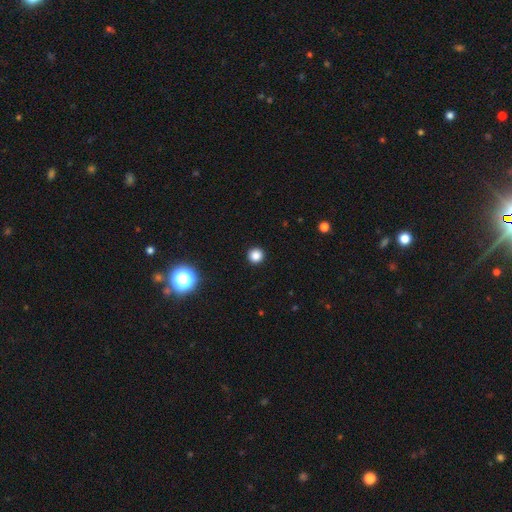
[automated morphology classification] A smooth galaxy with no disk features (84%) that is round (95%).

Vote fractions:
- Smooth or featured? smooth: 84% / star or artifact: 13% / featured or disk: 3%
- How rounded? round: 95% / in between: 4% / cigar-shaped: 1%
- Merging? none: 93% / minor disturbance: 4% / major disturbance: 2% / merger: 1%